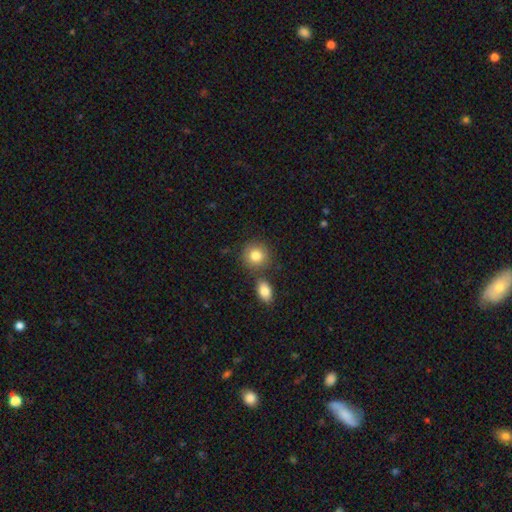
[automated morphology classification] Smooth or featured? smooth (83%)
How rounded? round (84%)
Merging? none (71%)